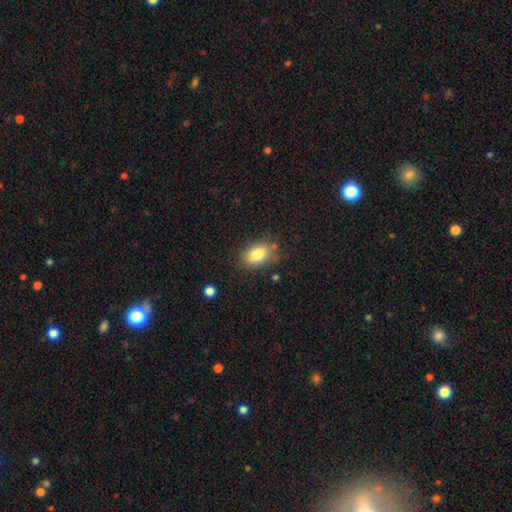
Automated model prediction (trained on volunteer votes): Smooth or featured? smooth (83%)
How rounded? in between (83%)
Merging? none (77%)